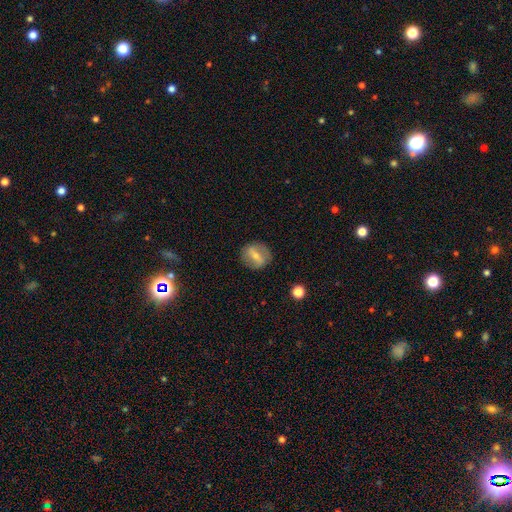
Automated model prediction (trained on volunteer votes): smooth-or-featured: featured or disk: 54% | smooth: 38% | star or artifact: 8%
  disk-edge-on: no: 91% | yes: 9%
  merging: none: 83% | minor disturbance: 12% | major disturbance: 4% | merger: 1%